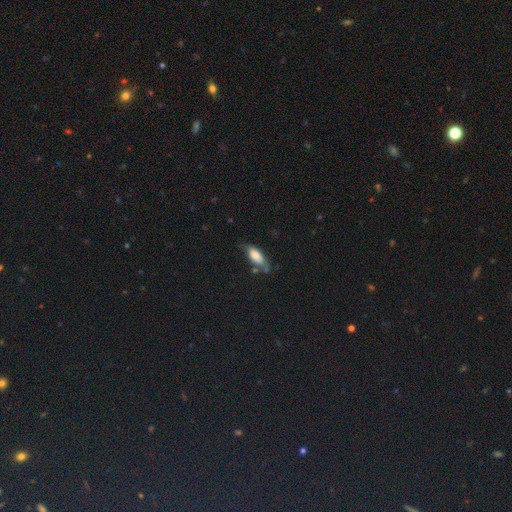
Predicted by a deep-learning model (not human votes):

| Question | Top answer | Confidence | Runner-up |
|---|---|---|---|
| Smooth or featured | smooth | 73% | featured or disk (20%) |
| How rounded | in between | 74% | cigar-shaped (23%) |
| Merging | none | 51% | minor disturbance (32%) |